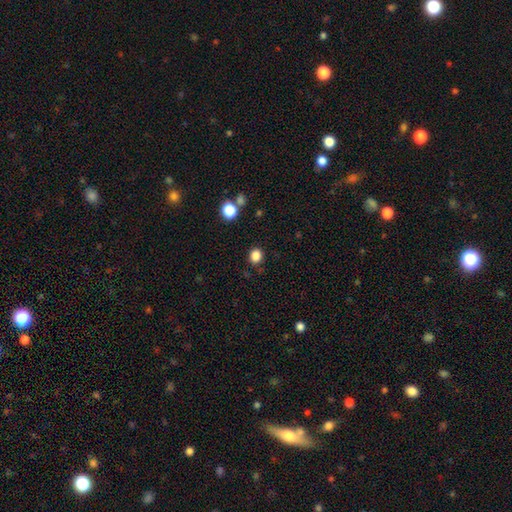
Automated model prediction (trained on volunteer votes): smooth-or-featured: smooth: 85% | star or artifact: 12% | featured or disk: 3%
  how-rounded: round: 72% | in between: 27% | cigar-shaped: 1%
  merging: none: 88% | minor disturbance: 8% | major disturbance: 2% | merger: 2%